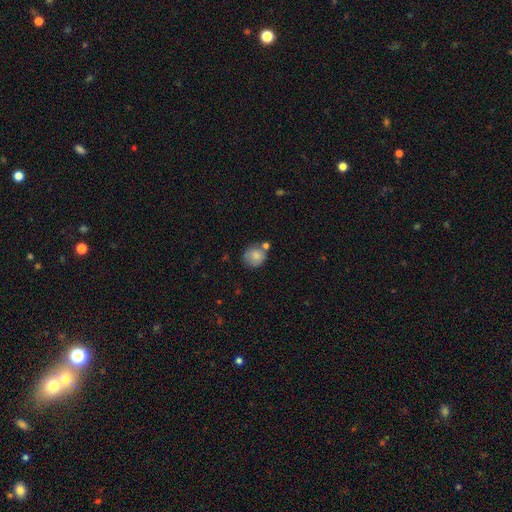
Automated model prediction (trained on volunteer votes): smooth-or-featured: smooth: 80% | featured or disk: 11% | star or artifact: 8%
  how-rounded: round: 77% | in between: 22% | cigar-shaped: 1%
  merging: none: 59% | minor disturbance: 18% | merger: 18% | major disturbance: 5%